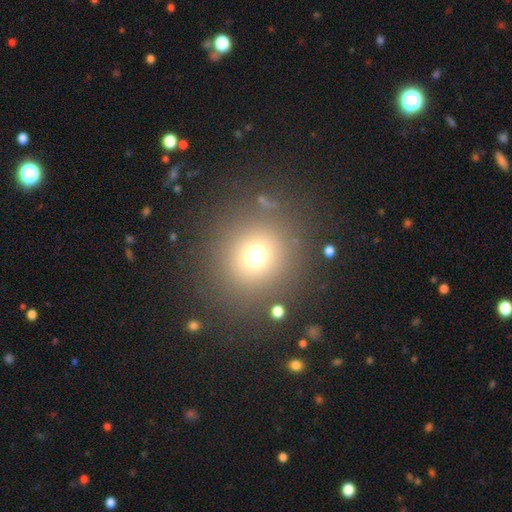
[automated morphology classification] smooth 69%, star or artifact 22%, featured or disk 9%. Down the decision tree: how rounded — round (91%); merging — none (83%).